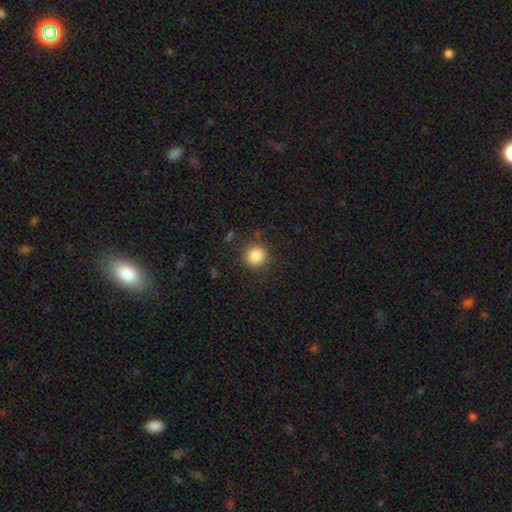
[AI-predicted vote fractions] smooth_or_featured: smooth (p=0.86) [alt: star or artifact p=0.10]
how_rounded: round (p=0.92) [alt: in between p=0.07]
merging: none (p=0.87) [alt: minor disturbance p=0.08]